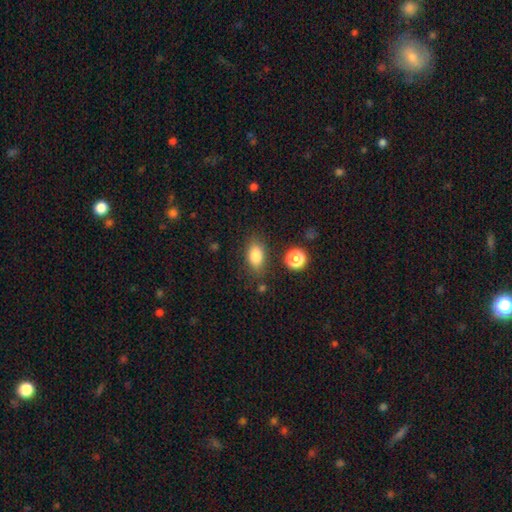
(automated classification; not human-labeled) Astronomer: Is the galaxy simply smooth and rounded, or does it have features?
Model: smooth — 83%.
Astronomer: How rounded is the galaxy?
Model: in between — 85%.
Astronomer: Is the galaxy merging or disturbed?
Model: none — 80%.